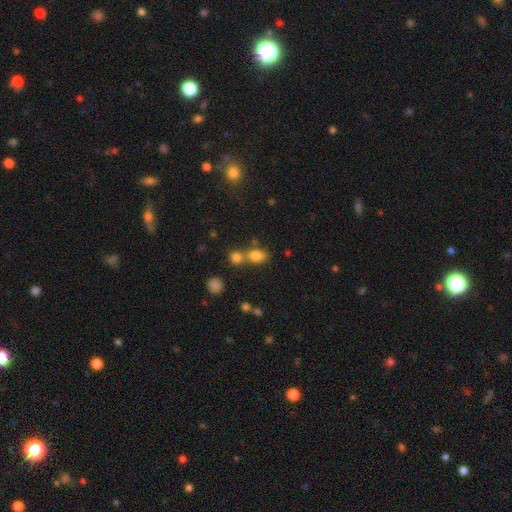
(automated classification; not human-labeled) smooth-or-featured: smooth: 79% | star or artifact: 13% | featured or disk: 8%
  how-rounded: in between: 76% | round: 21% | cigar-shaped: 3%
  merging: none: 48% | merger: 38% | minor disturbance: 10% | major disturbance: 4%